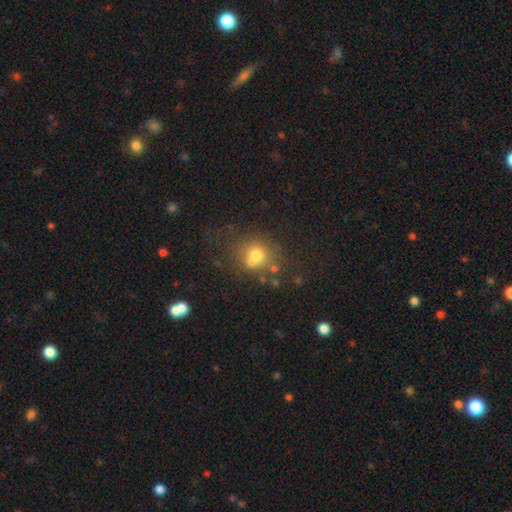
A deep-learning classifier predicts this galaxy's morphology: smooth_or_featured: smooth (p=0.66) [alt: star or artifact p=0.17]
how_rounded: round (p=0.81) [alt: in between p=0.18]
merging: none (p=0.54) [alt: merger p=0.27]